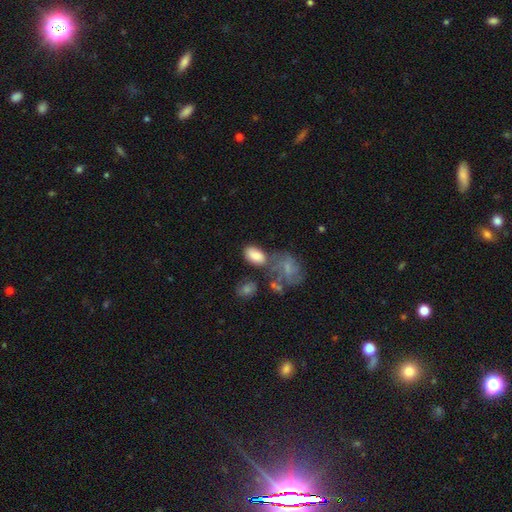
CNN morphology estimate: Smooth or featured? Predicted: smooth (p=0.79). How rounded? Predicted: in between (p=0.91). Merging? Predicted: none (p=0.46).